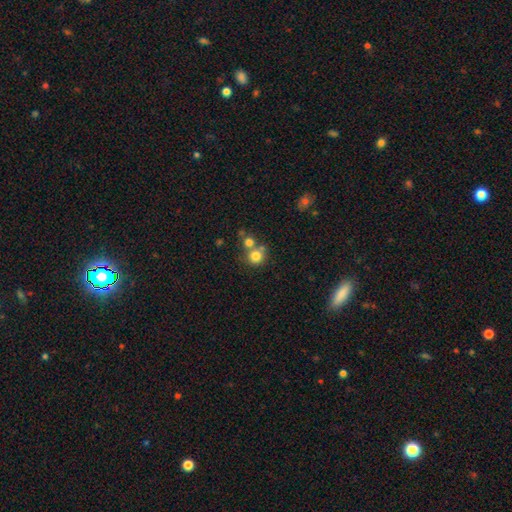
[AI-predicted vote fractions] smooth-or-featured: smooth: 77% | star or artifact: 13% | featured or disk: 10%
  how-rounded: round: 89% | in between: 10% | cigar-shaped: 1%
  merging: none: 51% | merger: 38% | minor disturbance: 7% | major disturbance: 3%